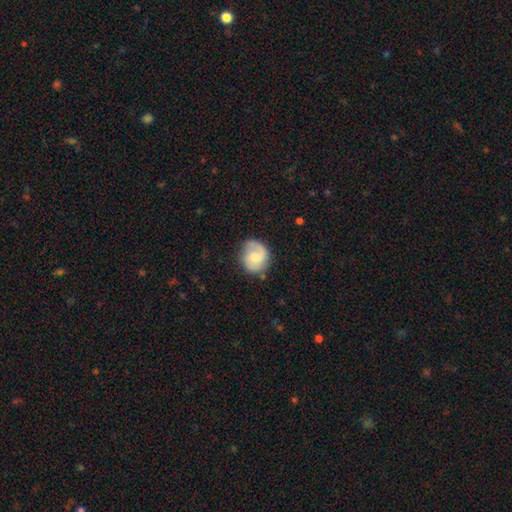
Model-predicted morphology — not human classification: Smooth or featured?
  - featured or disk: 61% *
  - smooth: 33%
  - star or artifact: 6%
Edge-on disk?
  - no: 98% *
  - yes: 2%
Bar?
  - no: 58% *
  - weak: 36%
  - strong: 5%
Spiral arms?
  - yes: 92% *
  - no: 8%
Spiral winding?
  - medium: 45% *
  - tight: 34%
  - loose: 21%
Spiral arm count?
  - 2: 71% *
  - 1: 19%
  - can't tell: 7%
  - 3: 2%
  - 4: 1%
  - more than 4: 1%
Bulge size?
  - moderate: 45% *
  - small: 41%
  - none: 7%
  - large: 6%
  - dominant: 1%
Merging?
  - none: 74% *
  - minor disturbance: 18%
  - major disturbance: 6%
  - merger: 2%